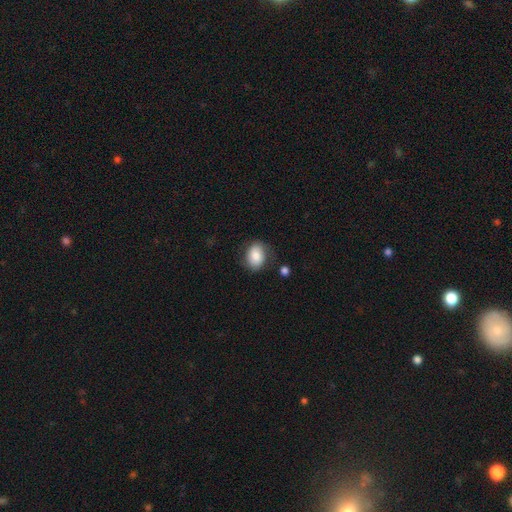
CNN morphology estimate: This appears to be a smooth galaxy with no disk features (78%) that is in between round and cigar-shaped (63%). Merging: none (70%).